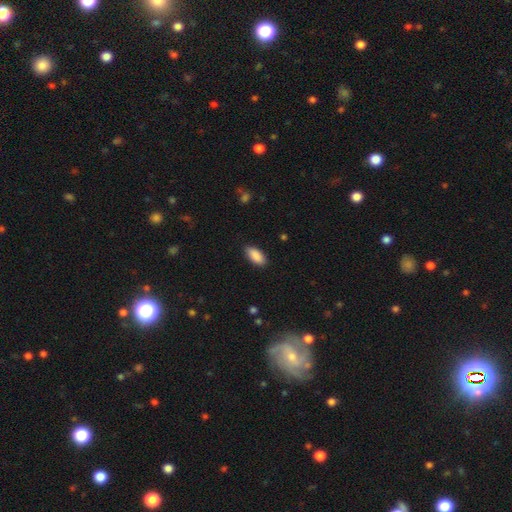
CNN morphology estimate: This is clearly a smooth galaxy (90%). How rounded: clearly in between (91%). Merging: clearly none (88%).